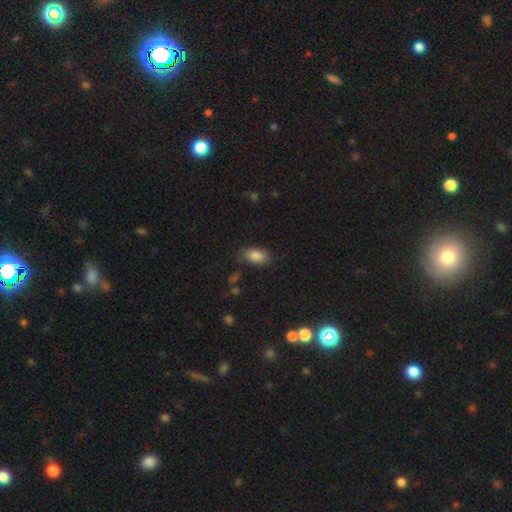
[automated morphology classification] smooth-or-featured: smooth: 86% | star or artifact: 8% | featured or disk: 6%
  how-rounded: in between: 92% | round: 5% | cigar-shaped: 3%
  merging: none: 77% | minor disturbance: 17% | major disturbance: 4% | merger: 2%